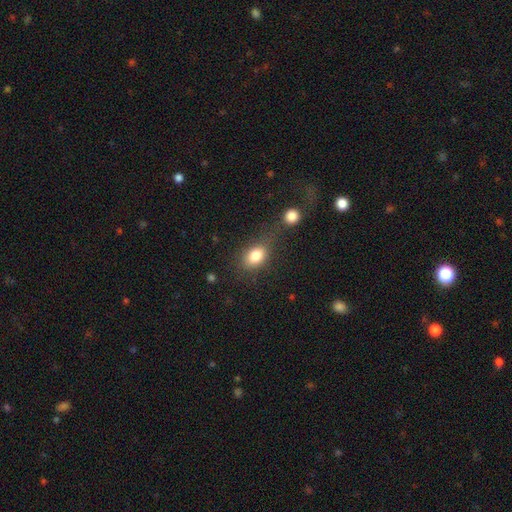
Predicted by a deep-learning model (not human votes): smooth 82%, star or artifact 9%, featured or disk 8%. Down the decision tree: how rounded — in between (73%); merging — none (59%).